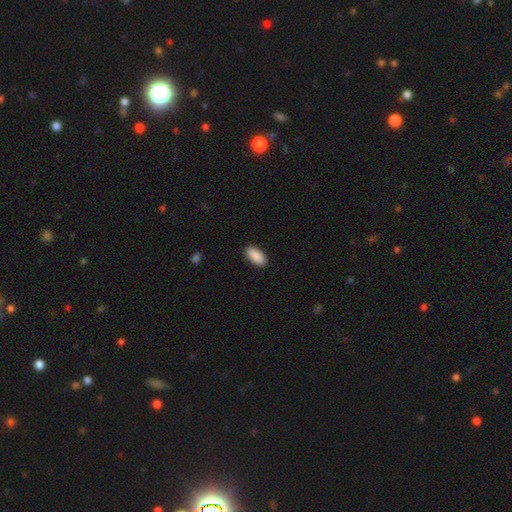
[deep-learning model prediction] This appears to be a smooth galaxy with no disk features (91%) that is in between round and cigar-shaped (91%). Merging: none (90%).